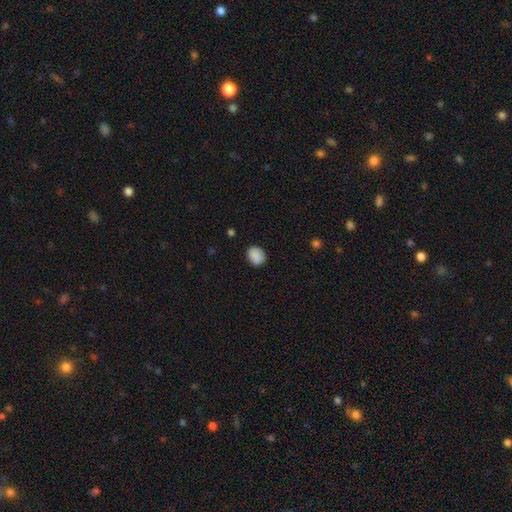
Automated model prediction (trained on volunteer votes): Q: Smooth or featured?
A: smooth (88%); runner-up: star or artifact (8%)
Q: How rounded?
A: round (55%); runner-up: in between (44%)
Q: Merging?
A: none (81%); runner-up: minor disturbance (15%)